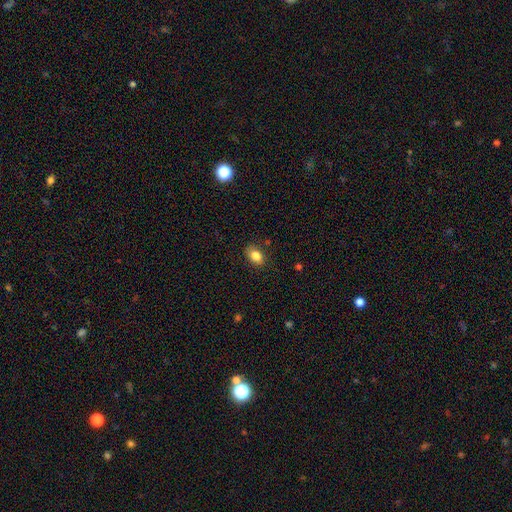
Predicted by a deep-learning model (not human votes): smooth 85%, star or artifact 9%, featured or disk 6%. Down the decision tree: how rounded — in between (81%); merging — none (83%).